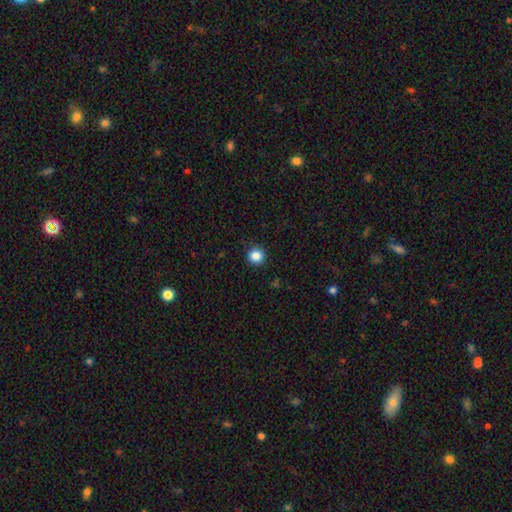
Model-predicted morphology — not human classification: Smooth or featured?
  - smooth: 86% *
  - star or artifact: 11%
  - featured or disk: 3%
How rounded?
  - round: 94% *
  - in between: 5%
  - cigar-shaped: 1%
Merging?
  - none: 91% *
  - minor disturbance: 6%
  - major disturbance: 2%
  - merger: 1%